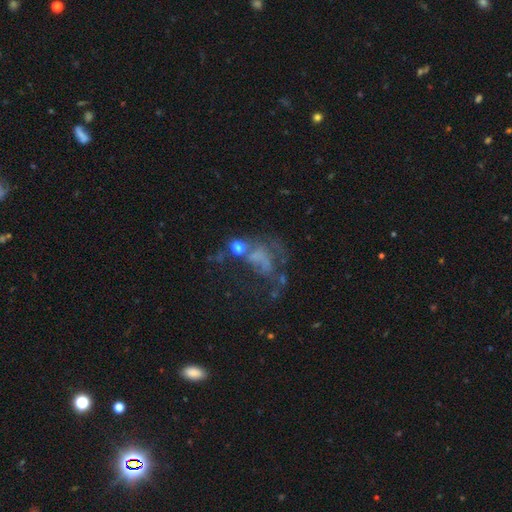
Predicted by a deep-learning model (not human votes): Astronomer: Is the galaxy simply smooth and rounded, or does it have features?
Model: featured or disk — 52% (runner-up: star or artifact, 30%).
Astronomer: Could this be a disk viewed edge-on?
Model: no — 95%.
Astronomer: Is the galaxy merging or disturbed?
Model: major disturbance — 44% (runner-up: none, 25%).